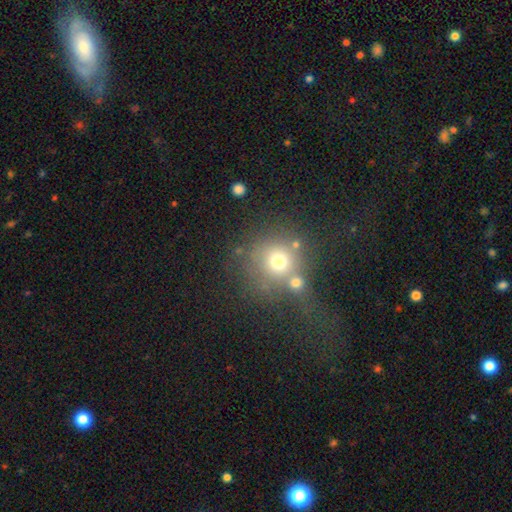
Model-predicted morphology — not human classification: Smooth or featured: smooth — 58% (star or artifact — 22%)
How rounded: round — 87% (in between — 12%)
Merging: merger — 40% (none — 29%)